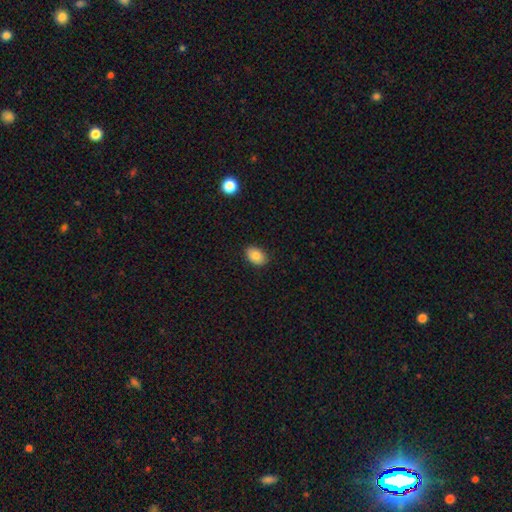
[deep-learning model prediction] Smooth or featured: smooth — 84% (star or artifact — 8%)
How rounded: in between — 83% (round — 16%)
Merging: none — 87% (minor disturbance — 10%)